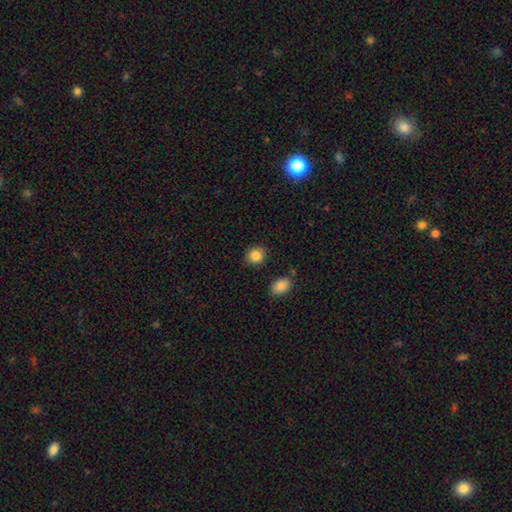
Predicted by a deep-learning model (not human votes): The model was most divided on "how rounded": round: 69%, in between: 30%, cigar-shaped: 1%. More confident: smooth or featured — smooth (86%); merging — none (86%).